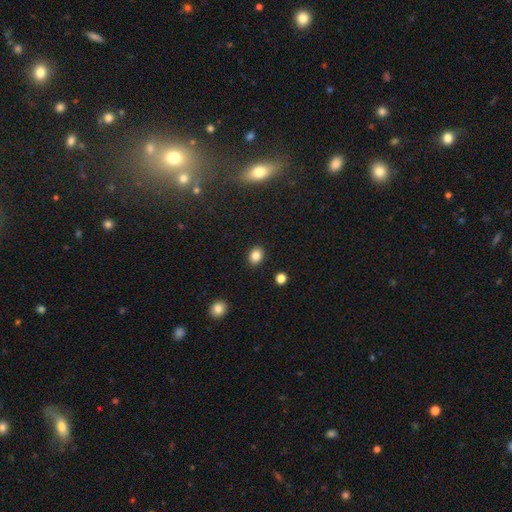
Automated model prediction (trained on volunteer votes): Smooth or featured? smooth (83%)
How rounded? in between (57%)
Merging? none (89%)